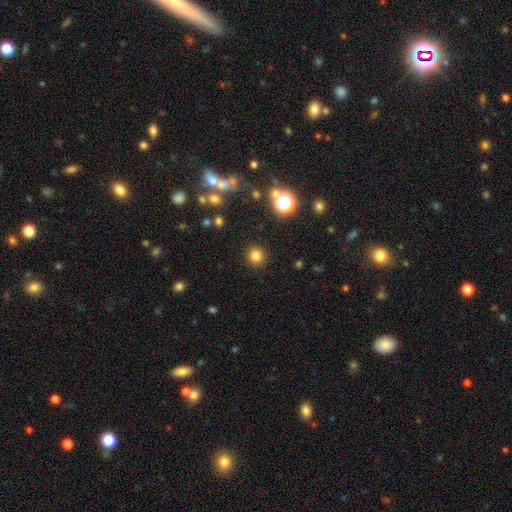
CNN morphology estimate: Smooth or featured? smooth (80%)
How rounded? round (92%)
Merging? none (90%)